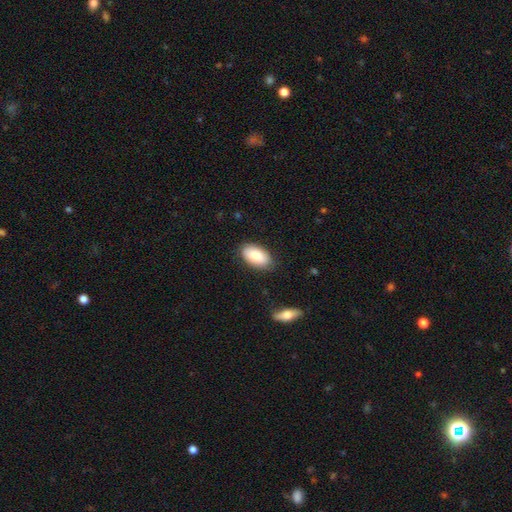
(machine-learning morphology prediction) This appears to be a smooth galaxy with no disk features (85%) that is in between round and cigar-shaped (95%). Merging: none (84%).